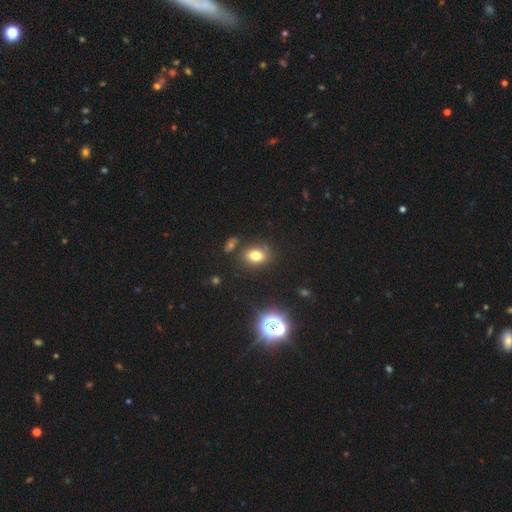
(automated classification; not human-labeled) A smooth galaxy with no disk features (74%) that is in between round and cigar-shaped (71%).

Vote fractions:
- Smooth or featured? smooth: 74% / star or artifact: 16% / featured or disk: 10%
- How rounded? in between: 71% / round: 27% / cigar-shaped: 2%
- Merging? none: 77% / minor disturbance: 13% / merger: 6% / major disturbance: 4%